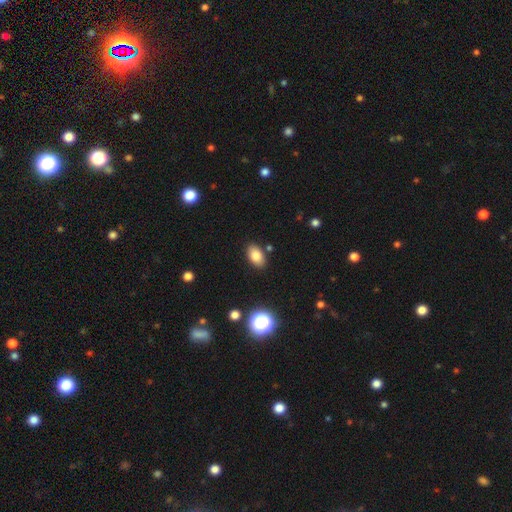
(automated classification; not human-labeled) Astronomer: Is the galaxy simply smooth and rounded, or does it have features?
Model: smooth — 81%.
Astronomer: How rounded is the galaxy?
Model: in between — 91%.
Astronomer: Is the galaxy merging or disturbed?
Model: none — 86%.